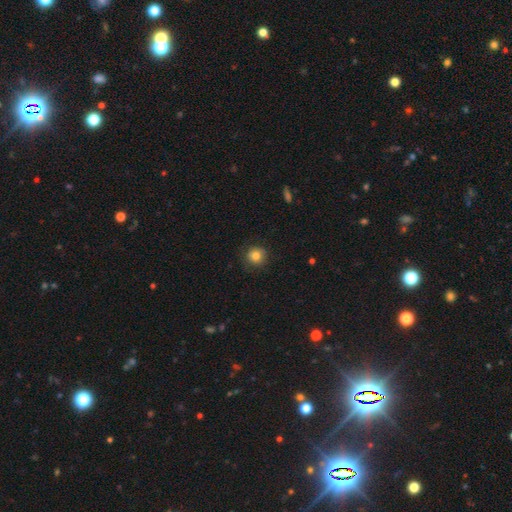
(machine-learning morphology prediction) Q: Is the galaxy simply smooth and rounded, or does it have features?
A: smooth — 81%.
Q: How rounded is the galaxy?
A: round — 91%.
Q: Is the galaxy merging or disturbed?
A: none — 83%.